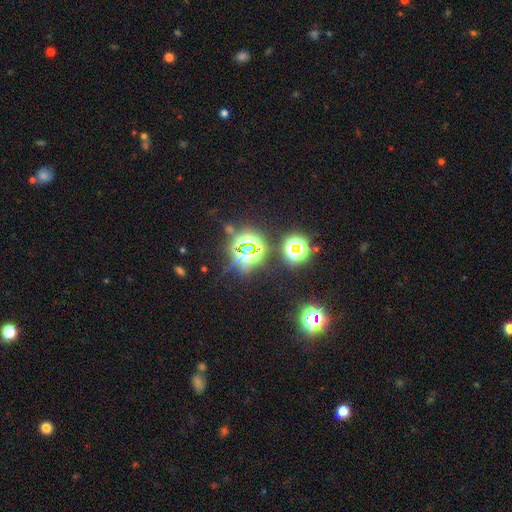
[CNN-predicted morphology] type=star or artifact (77%).